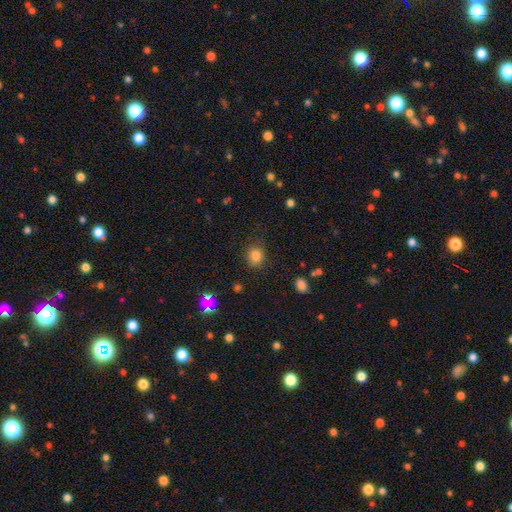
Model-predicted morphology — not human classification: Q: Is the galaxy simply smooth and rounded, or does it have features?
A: smooth — 82%.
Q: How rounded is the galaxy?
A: round — 78%.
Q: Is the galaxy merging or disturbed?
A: none — 83%.